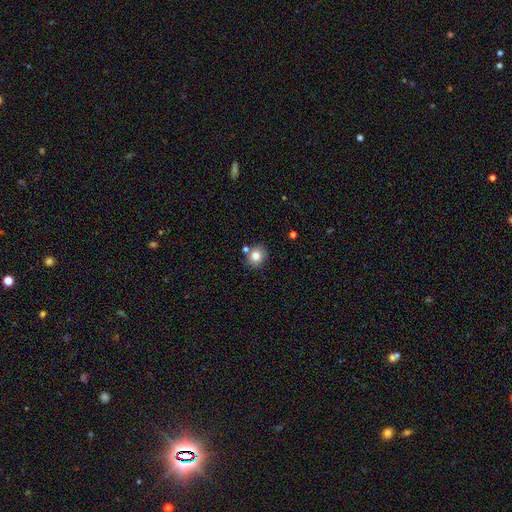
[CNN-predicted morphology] A smooth galaxy with no disk features (80%) that is round (73%).

Vote fractions:
- Smooth or featured? smooth: 80% / star or artifact: 11% / featured or disk: 9%
- How rounded? round: 73% / in between: 26% / cigar-shaped: 1%
- Merging? none: 76% / minor disturbance: 11% / merger: 10% / major disturbance: 3%